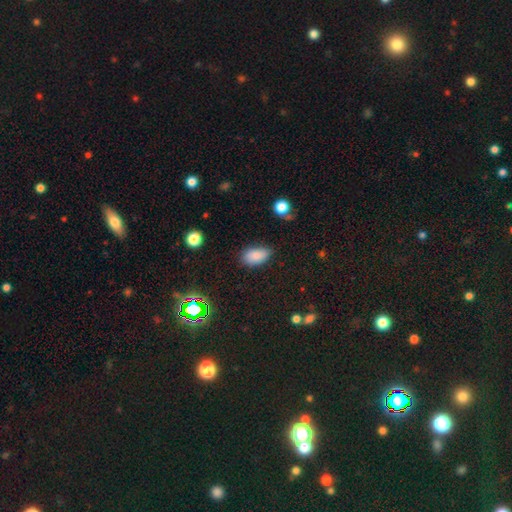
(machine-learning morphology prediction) A smooth galaxy with no disk features (84%) that is in between round and cigar-shaped (91%).

Vote fractions:
- Smooth or featured? smooth: 84% / star or artifact: 10% / featured or disk: 6%
- How rounded? in between: 91% / round: 7% / cigar-shaped: 2%
- Merging? none: 74% / minor disturbance: 20% / major disturbance: 4% / merger: 2%